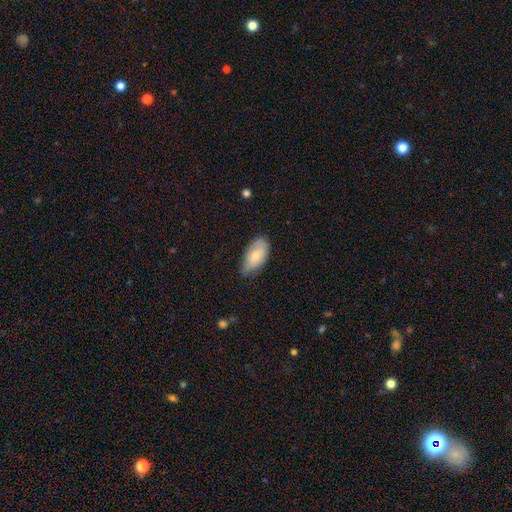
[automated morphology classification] smooth 74%, featured or disk 20%, star or artifact 6%. Down the decision tree: how rounded — in between (94%); merging — none (60%).